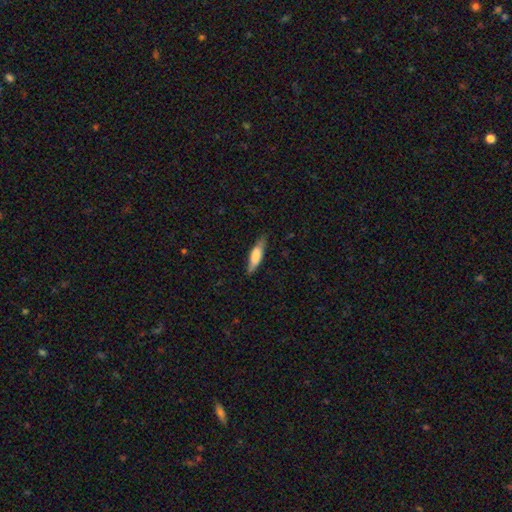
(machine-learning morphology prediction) A smooth galaxy with no disk features (71%) that is cigar-shaped (60%).

Vote fractions:
- Smooth or featured? smooth: 71% / featured or disk: 23% / star or artifact: 6%
- How rounded? cigar-shaped: 60% / in between: 38% / round: 2%
- Merging? none: 76% / minor disturbance: 19% / major disturbance: 4% / merger: 1%